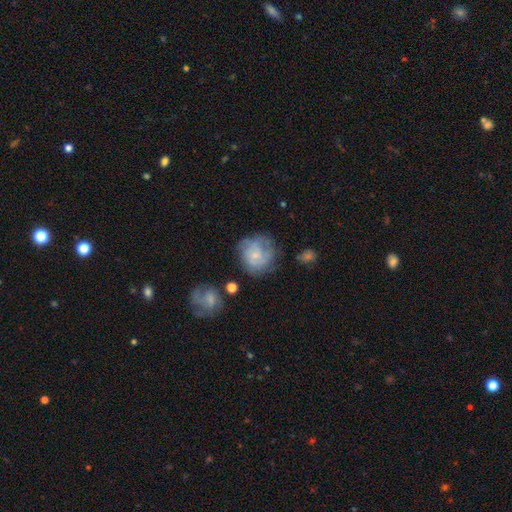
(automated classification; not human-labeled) smooth-or-featured: featured or disk: 52% | smooth: 40% | star or artifact: 8%
  disk-edge-on: no: 98% | yes: 2%
    bar: no: 70% | weak: 26% | strong: 3%
    has-spiral-arms: yes: 69% | no: 31%
    bulge-size: small: 65% | moderate: 20% | none: 12% | large: 2% | dominant: 1%
  merging: none: 57% | minor disturbance: 23% | major disturbance: 15% | merger: 5%